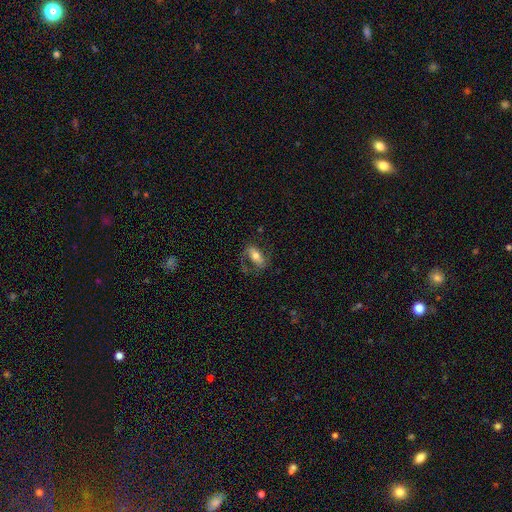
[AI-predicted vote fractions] smooth-or-featured: featured or disk: 52% | smooth: 40% | star or artifact: 8%
  disk-edge-on: no: 89% | yes: 11%
  merging: none: 58% | major disturbance: 20% | minor disturbance: 20% | merger: 2%